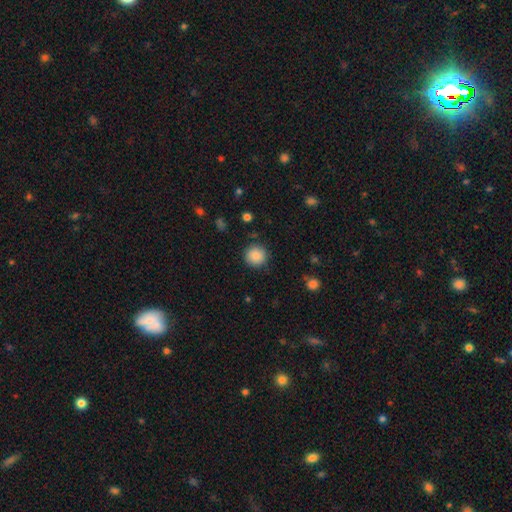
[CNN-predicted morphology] This is clearly a smooth galaxy (87%). How rounded: clearly round (94%). Merging: clearly none (90%).